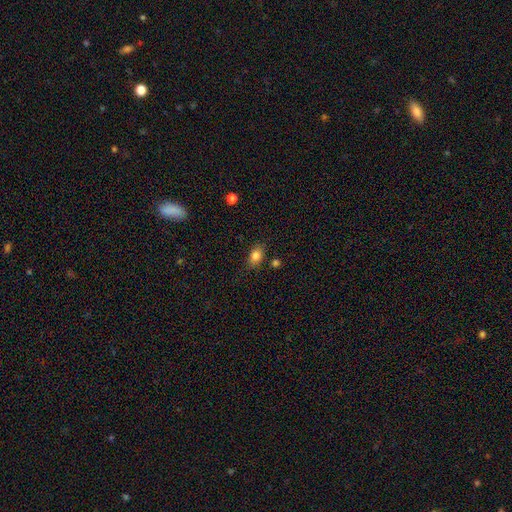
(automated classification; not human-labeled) This appears to be a smooth galaxy with no disk features (82%) that is in between round and cigar-shaped (80%). Merging: none (80%).